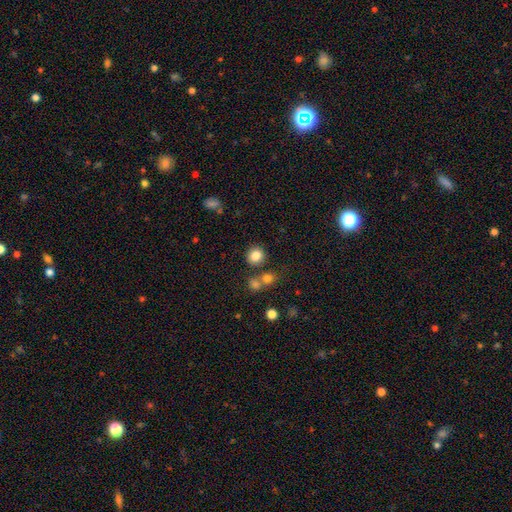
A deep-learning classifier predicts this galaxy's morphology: Smooth or featured: smooth — 83% (star or artifact — 11%)
How rounded: round — 88% (in between — 11%)
Merging: none — 80% (merger — 10%)